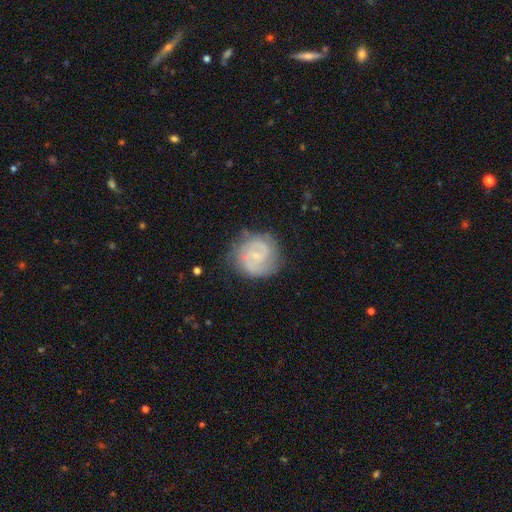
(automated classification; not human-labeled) This appears to be a featured or disk galaxy (77%) with a weak bar (48%), 2 (73%) tight (48%) spiral arms (94%) and a small central bulge (73%). Merging: none (78%).